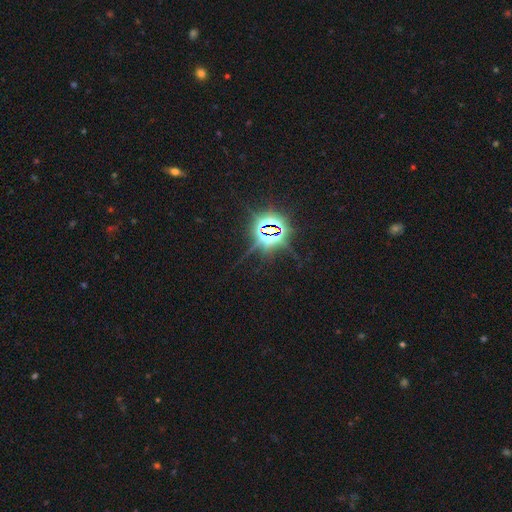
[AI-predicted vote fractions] A star or artifact, not a galaxy (85%).

Vote fractions:
- Smooth or featured? star or artifact: 85% / smooth: 9% / featured or disk: 6%